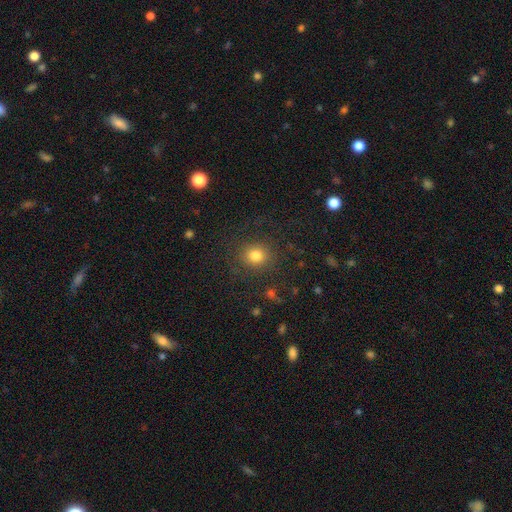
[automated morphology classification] A smooth galaxy with no disk features (78%) that is round (79%).

Vote fractions:
- Smooth or featured? smooth: 78% / star or artifact: 14% / featured or disk: 9%
- How rounded? round: 79% / in between: 20% / cigar-shaped: 1%
- Merging? none: 83% / minor disturbance: 10% / major disturbance: 6% / merger: 2%